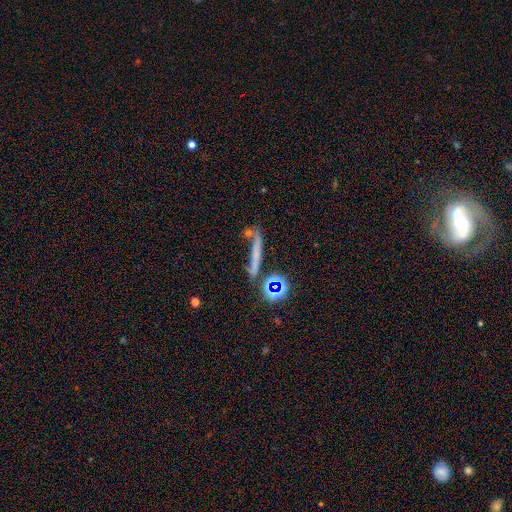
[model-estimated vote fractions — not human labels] Smooth or featured?
  - smooth: 46% *
  - featured or disk: 29%
  - star or artifact: 24%
Merging?
  - none: 61% *
  - minor disturbance: 16%
  - merger: 14%
  - major disturbance: 9%